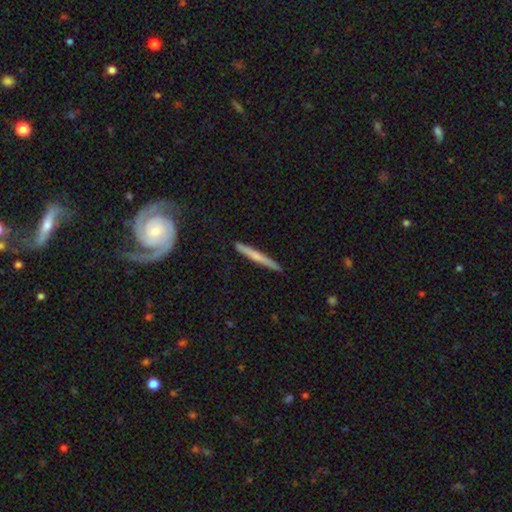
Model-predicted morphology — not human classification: Smooth or featured? smooth (48%)
Merging? none (89%)